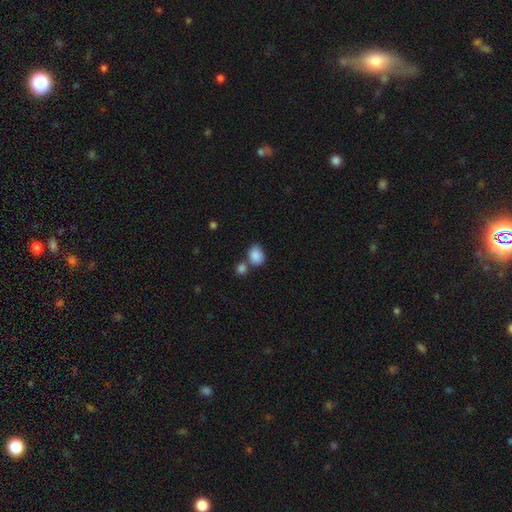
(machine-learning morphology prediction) Smooth or featured: smooth — 87% (star or artifact — 8%)
How rounded: in between — 60% (round — 39%)
Merging: none — 50% (merger — 32%)